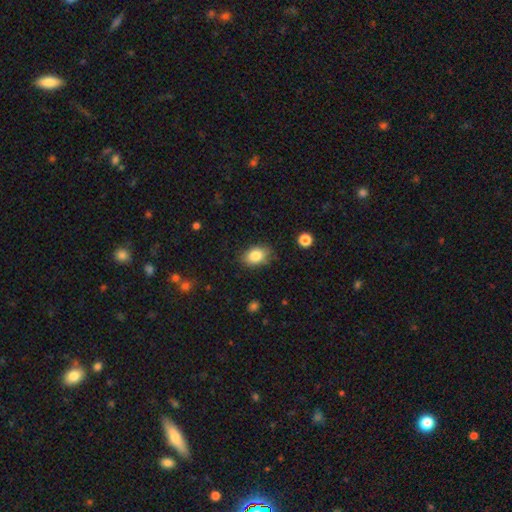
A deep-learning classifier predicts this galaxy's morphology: Smooth or featured? smooth (84%)
How rounded? in between (80%)
Merging? none (79%)